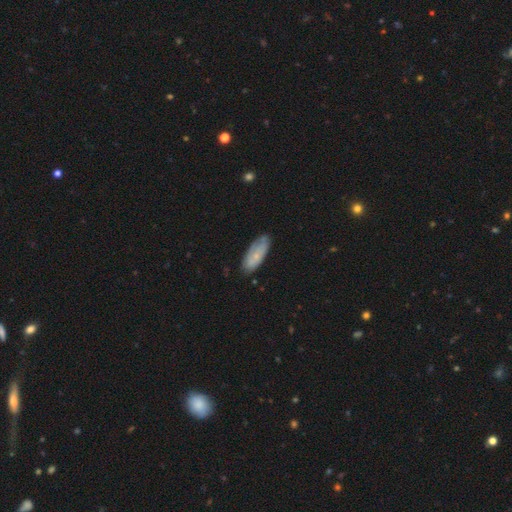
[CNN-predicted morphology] smooth-or-featured: smooth: 63% | featured or disk: 30% | star or artifact: 7%
  how-rounded: in between: 73% | cigar-shaped: 25% | round: 2%
  merging: none: 72% | minor disturbance: 22% | major disturbance: 4% | merger: 2%